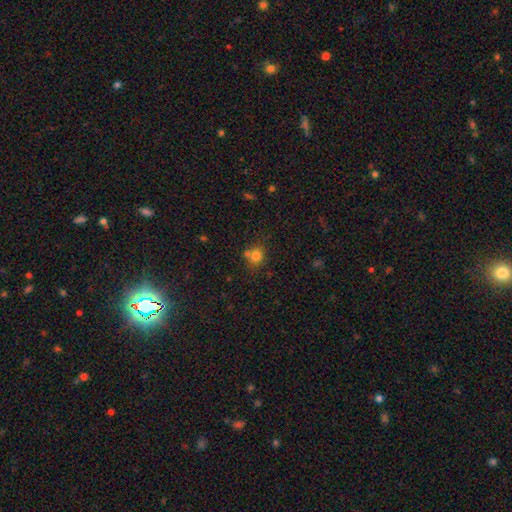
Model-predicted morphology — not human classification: Smooth or featured? Predicted: smooth (p=0.79). How rounded? Predicted: round (p=0.77). Merging? Predicted: none (p=0.63).